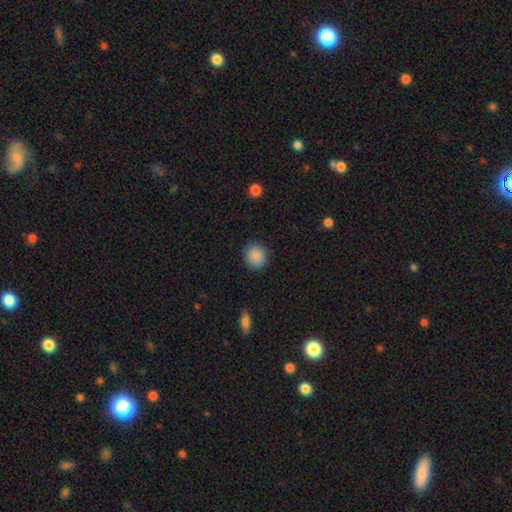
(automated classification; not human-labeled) A smooth galaxy with no disk features (88%) that is round (87%).

Vote fractions:
- Smooth or featured? smooth: 88% / star or artifact: 8% / featured or disk: 4%
- How rounded? round: 87% / in between: 12% / cigar-shaped: 1%
- Merging? none: 90% / minor disturbance: 7% / major disturbance: 2% / merger: 1%